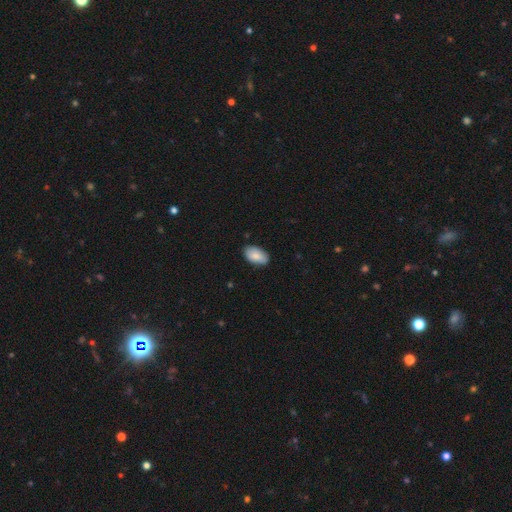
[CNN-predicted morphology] Overall: smooth (85%). How rounded: in between (95%). Merging: none (83%).